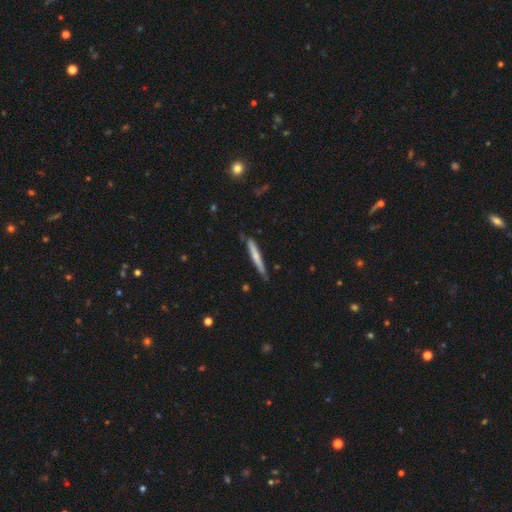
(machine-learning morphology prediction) type=smooth (57%); roundness=cigar-shaped (96%); merging=none (78%).